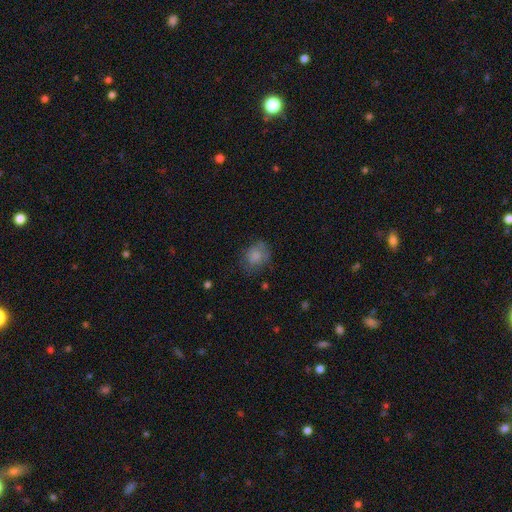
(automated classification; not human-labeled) smooth_or_featured: smooth (p=0.78) [alt: featured or disk p=0.12]
how_rounded: round (p=0.61) [alt: in between p=0.38]
merging: none (p=0.60) [alt: minor disturbance p=0.25]